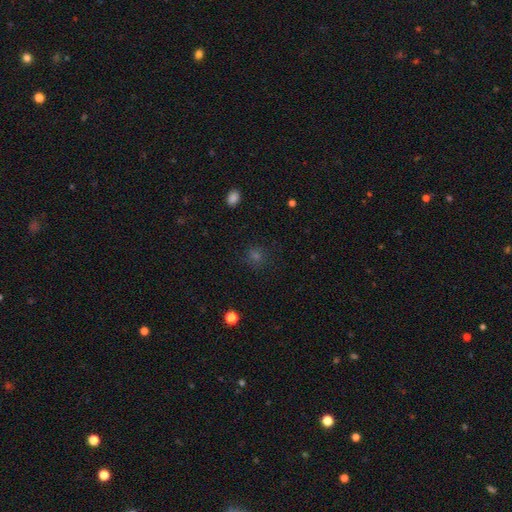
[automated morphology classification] smooth 58%, star or artifact 34%, featured or disk 9%. Down the decision tree: how rounded — round (88%); merging — none (86%).